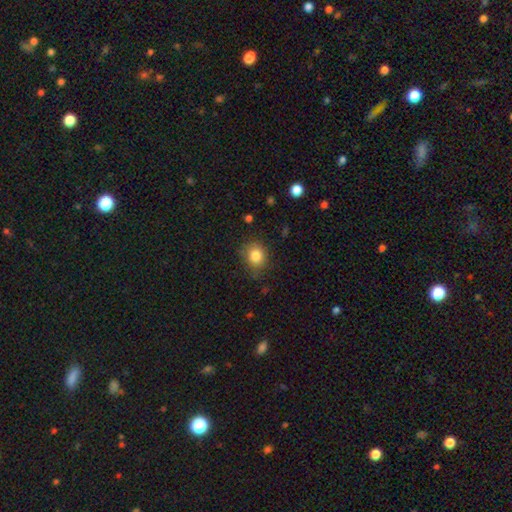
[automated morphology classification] Overall: smooth (84%). How rounded: round (67%; in between 33%). Merging: none (79%).